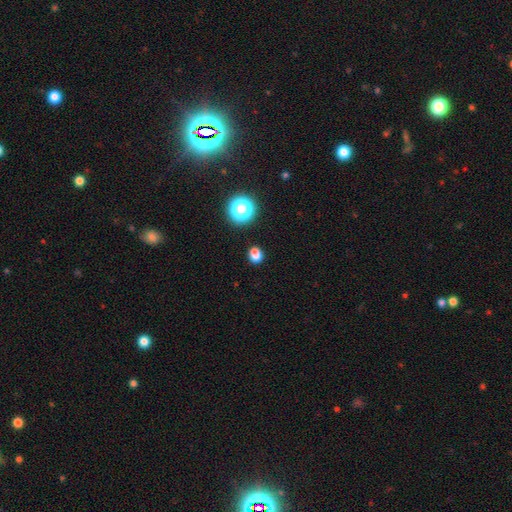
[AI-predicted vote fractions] Morphology: type=smooth (76%); roundness=round (61%); merging=none (82%).